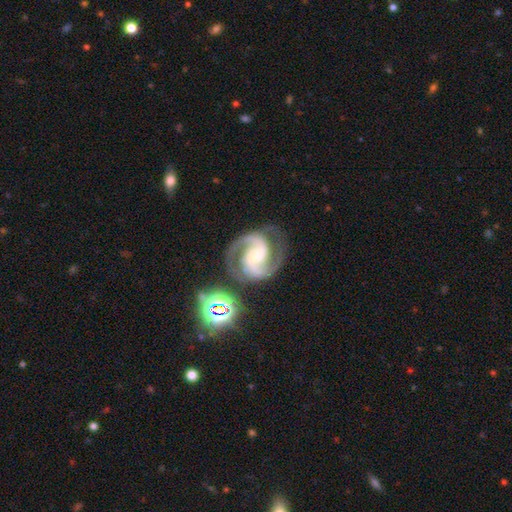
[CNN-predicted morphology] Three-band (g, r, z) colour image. It shows a featured or disk galaxy (91%) with no bar (41%), 2 (87%) medium (62%) spiral arms (99%) and a moderate central bulge (47%). Merging: none (74%).